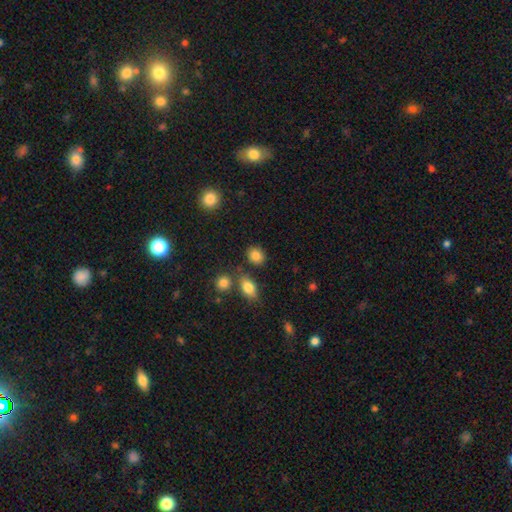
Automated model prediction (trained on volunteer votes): This appears to be a smooth galaxy with no disk features (84%) that is round (57%). Merging: none (79%).